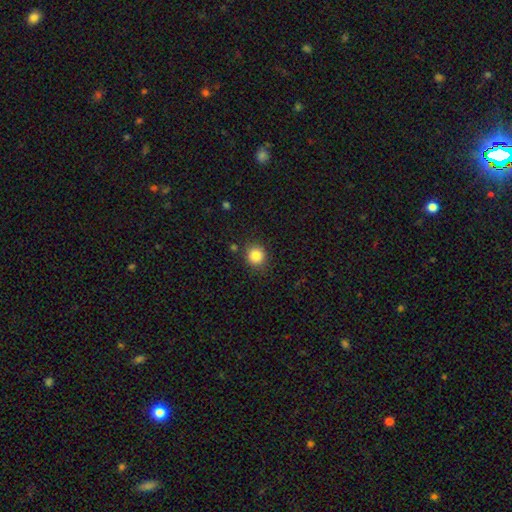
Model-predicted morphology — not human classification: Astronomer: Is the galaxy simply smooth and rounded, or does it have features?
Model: smooth — 84%.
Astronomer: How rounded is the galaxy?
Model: round — 89%.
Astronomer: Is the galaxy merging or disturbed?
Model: none — 86%.